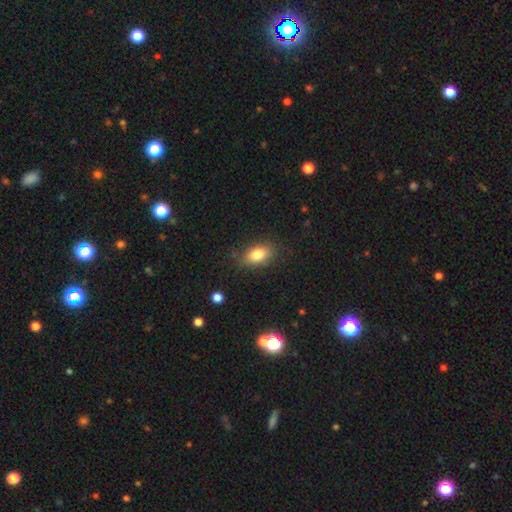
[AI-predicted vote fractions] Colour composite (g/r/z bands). It shows a smooth galaxy with no disk features (82%) that is in between round and cigar-shaped (86%). Merging: none (83%).